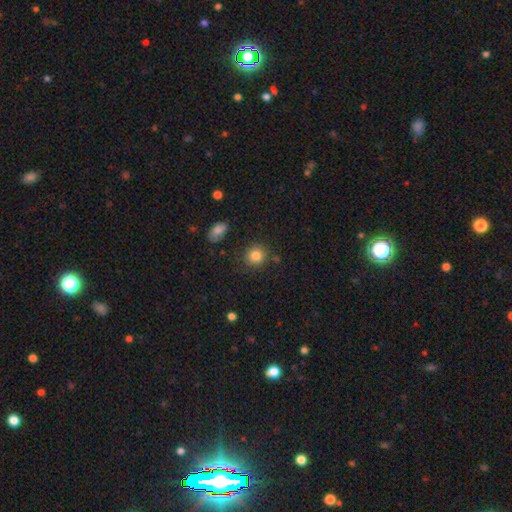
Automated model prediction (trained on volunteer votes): smooth_or_featured: smooth (p=0.83) [alt: star or artifact p=0.10]
how_rounded: round (p=0.84) [alt: in between p=0.15]
merging: none (p=0.80) [alt: minor disturbance p=0.12]